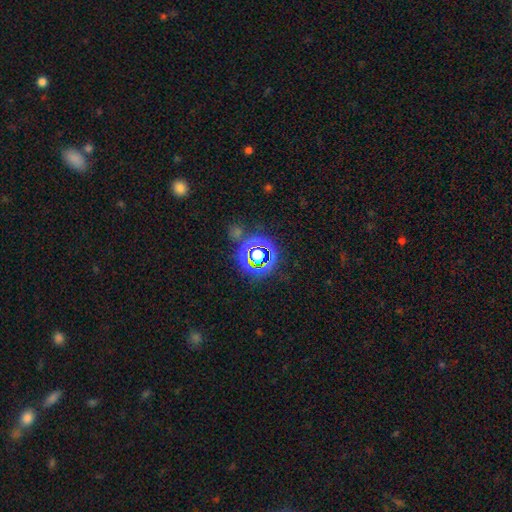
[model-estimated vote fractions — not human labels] This is likely a star or artifact rather than a galaxy (74%).